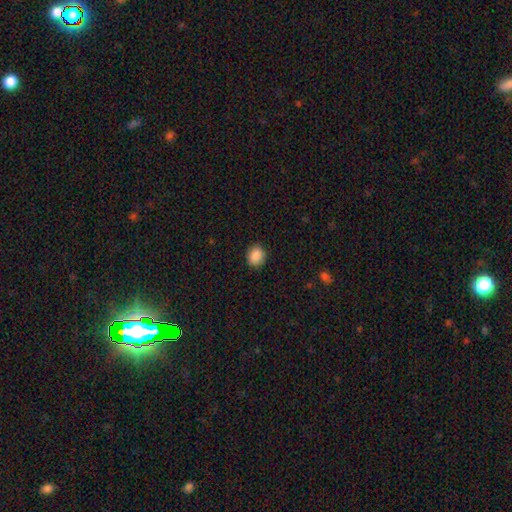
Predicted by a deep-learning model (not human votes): Overall: smooth (88%). How rounded: round (74%). Merging: none (90%).